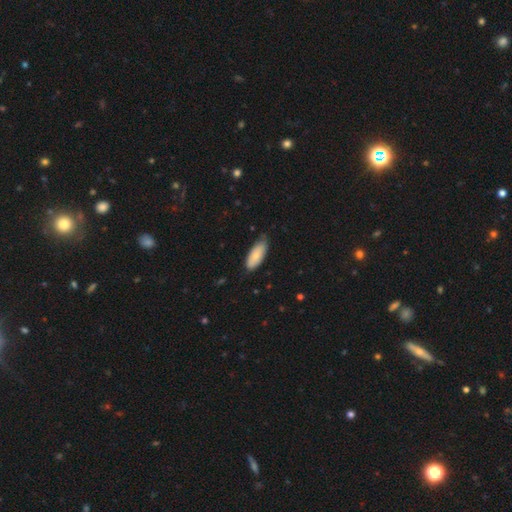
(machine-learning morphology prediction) Smooth or featured: smooth — 80% (featured or disk — 14%)
How rounded: in between — 80% (cigar-shaped — 18%)
Merging: none — 66% (minor disturbance — 29%)